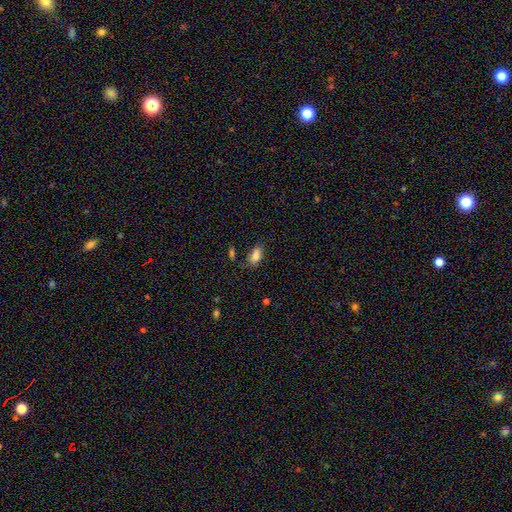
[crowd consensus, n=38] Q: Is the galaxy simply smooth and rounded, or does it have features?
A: smooth — 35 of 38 (92%).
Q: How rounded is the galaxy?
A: in between — 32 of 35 (91%).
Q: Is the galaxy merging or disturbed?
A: none — 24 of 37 (65%).